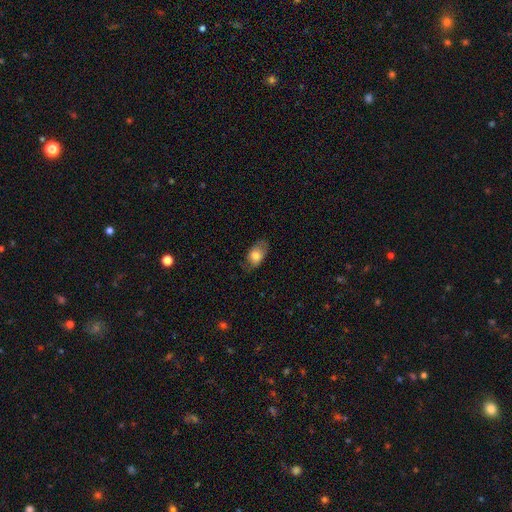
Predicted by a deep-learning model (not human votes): This appears to be a smooth galaxy with no disk features (75%) that is in between round and cigar-shaped (86%). Merging: none (64%).